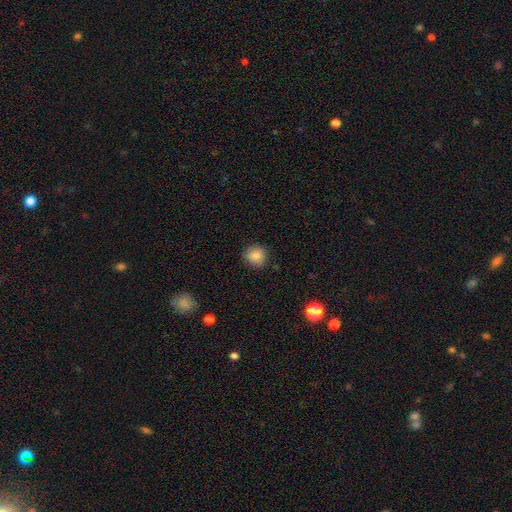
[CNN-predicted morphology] Smooth or featured?
  - smooth: 86% *
  - star or artifact: 10%
  - featured or disk: 5%
How rounded?
  - round: 87% *
  - in between: 12%
  - cigar-shaped: 1%
Merging?
  - none: 85% *
  - minor disturbance: 11%
  - major disturbance: 2%
  - merger: 1%